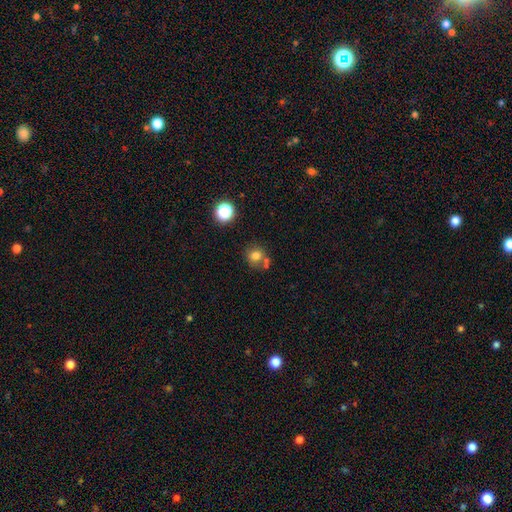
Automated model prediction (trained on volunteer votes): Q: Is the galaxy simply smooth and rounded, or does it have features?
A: smooth — 76%.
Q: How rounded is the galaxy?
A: round — 82%.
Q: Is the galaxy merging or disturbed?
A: none — 60%.